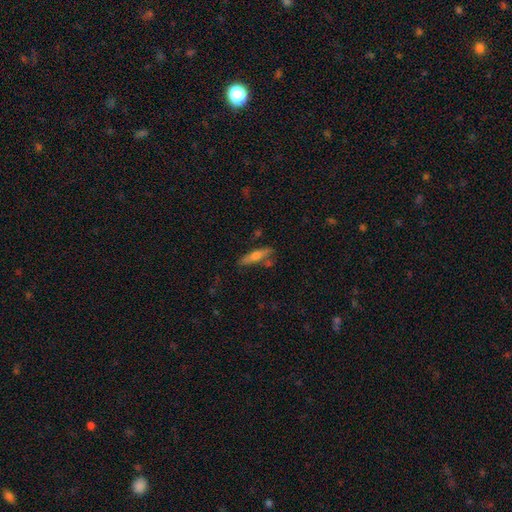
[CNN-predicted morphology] Q: Smooth or featured?
A: smooth (47%); runner-up: featured or disk (46%)
Q: Merging?
A: none (76%); runner-up: minor disturbance (14%)